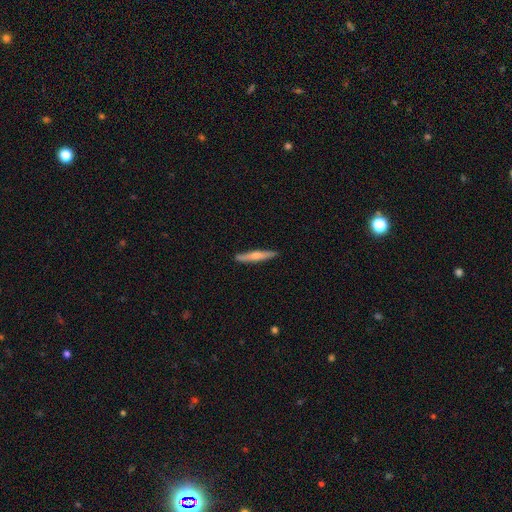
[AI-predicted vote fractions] Smooth or featured? smooth (51%)
How rounded? cigar-shaped (93%)
Merging? none (90%)